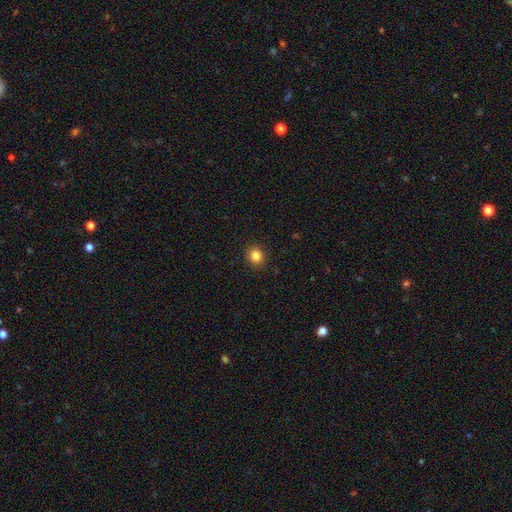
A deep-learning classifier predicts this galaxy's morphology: smooth-or-featured: smooth: 85% | star or artifact: 11% | featured or disk: 4%
  how-rounded: round: 82% | in between: 17% | cigar-shaped: 1%
  merging: none: 91% | minor disturbance: 6% | major disturbance: 2% | merger: 1%